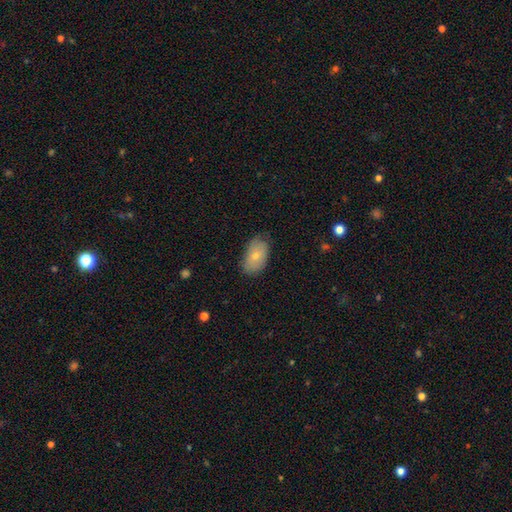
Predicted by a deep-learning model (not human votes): This is likely a smooth galaxy (73%). How rounded: clearly in between (91%). Merging: likely none (73%).